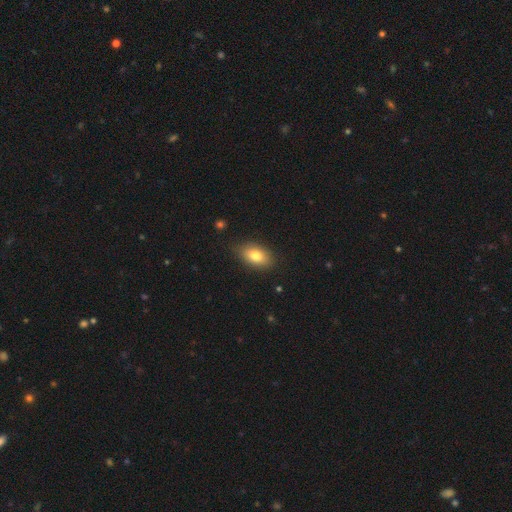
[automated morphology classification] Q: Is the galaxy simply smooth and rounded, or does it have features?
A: smooth — 79%.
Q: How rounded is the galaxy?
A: in between — 88%.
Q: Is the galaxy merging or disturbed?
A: none — 83%.